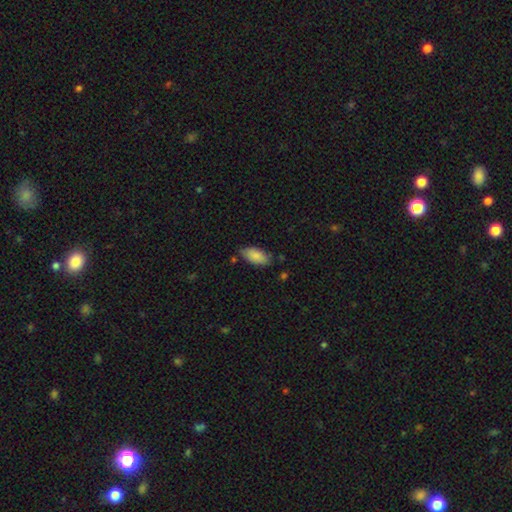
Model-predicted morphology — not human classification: Smooth or featured?
  - smooth: 86% *
  - featured or disk: 8%
  - star or artifact: 6%
How rounded?
  - in between: 91% *
  - cigar-shaped: 7%
  - round: 2%
Merging?
  - none: 71% *
  - minor disturbance: 22%
  - major disturbance: 4%
  - merger: 3%